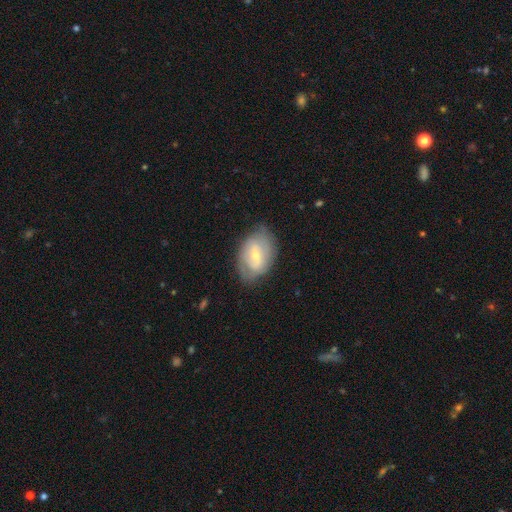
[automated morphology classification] The model was most divided on "smooth or featured": featured or disk: 55%, smooth: 39%, star or artifact: 7%. More confident: edge-on disk — no (94%); merging — none (70%); spiral arms — yes (61%); bulge size — small (57%); bar — weak (50%).